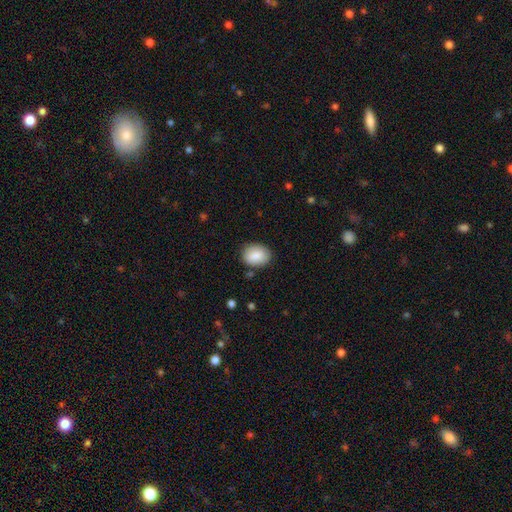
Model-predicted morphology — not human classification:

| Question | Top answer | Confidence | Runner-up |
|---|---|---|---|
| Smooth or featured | smooth | 87% | star or artifact (7%) |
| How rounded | in between | 63% | round (36%) |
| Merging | none | 84% | minor disturbance (12%) |